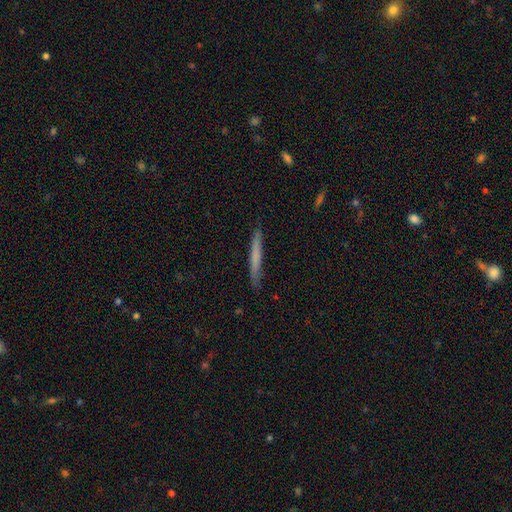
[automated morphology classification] The model was most divided on "smooth or featured": smooth: 62%, featured or disk: 32%, star or artifact: 6%. More confident: how rounded — cigar-shaped (96%); merging — none (87%).